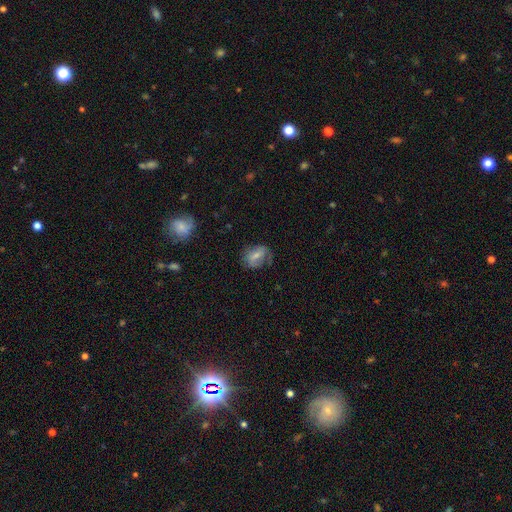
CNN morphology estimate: Overall: smooth (54%; featured or disk 38%). How rounded: in between (66%; round 32%). Merging: none (55%; minor disturbance 27%).